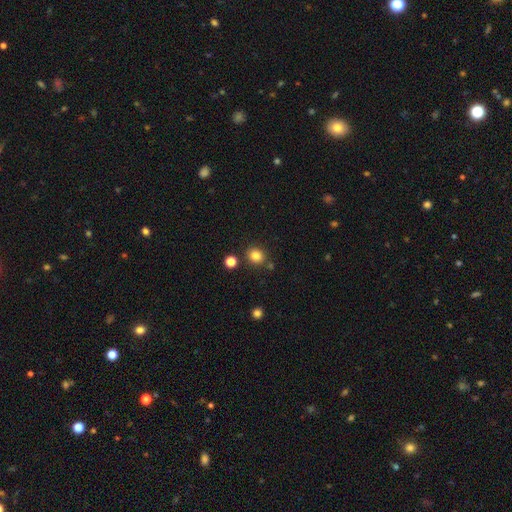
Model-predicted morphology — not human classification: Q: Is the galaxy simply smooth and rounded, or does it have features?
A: smooth — 82%.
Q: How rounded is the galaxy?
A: round — 79%.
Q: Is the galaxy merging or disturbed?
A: none — 82%.